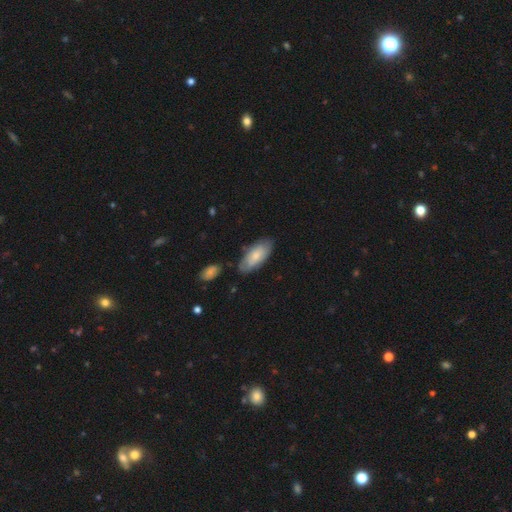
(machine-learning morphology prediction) type=smooth (72%); roundness=in between (87%); merging=none (73%).